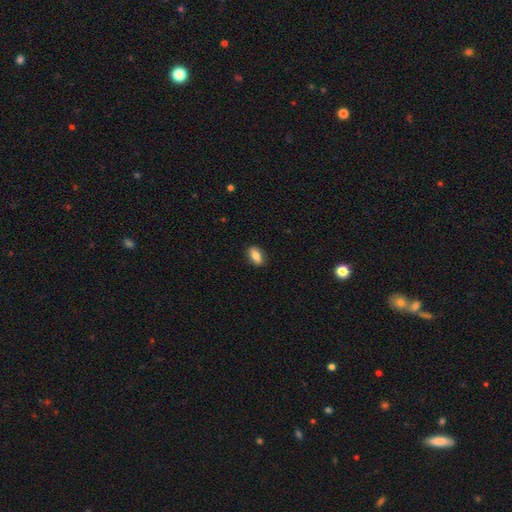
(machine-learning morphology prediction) Q: Smooth or featured?
A: smooth (80%); runner-up: featured or disk (13%)
Q: How rounded?
A: in between (86%); runner-up: cigar-shaped (8%)
Q: Merging?
A: none (86%); runner-up: minor disturbance (11%)